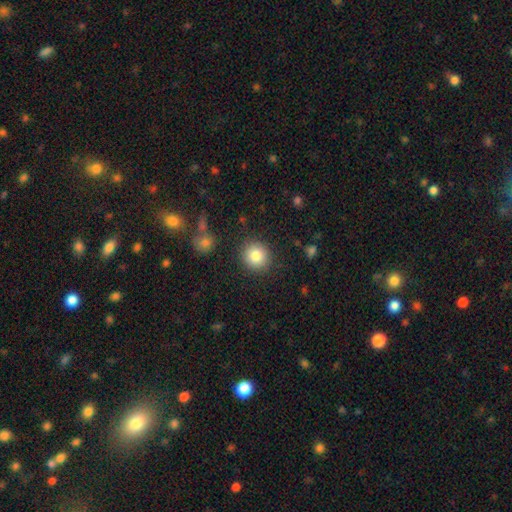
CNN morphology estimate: The model was most divided on "smooth or featured": smooth: 84%, star or artifact: 9%, featured or disk: 7%. More confident: how rounded — round (91%); merging — none (88%).